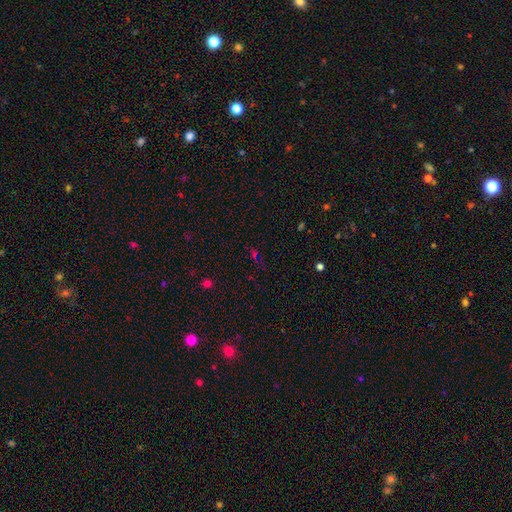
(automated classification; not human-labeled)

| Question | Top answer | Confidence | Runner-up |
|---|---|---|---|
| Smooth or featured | star or artifact | 59% | smooth (30%) |